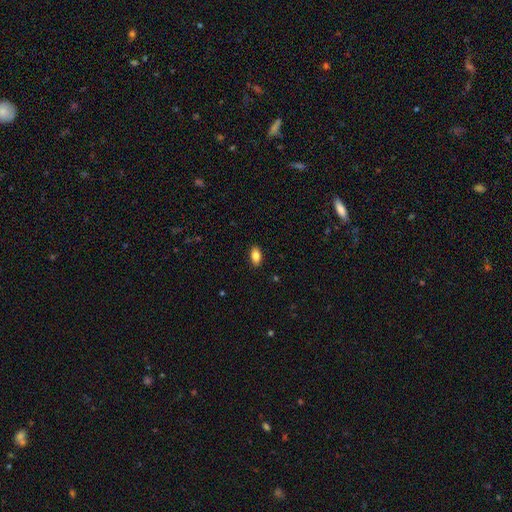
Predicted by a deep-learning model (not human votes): A smooth galaxy with no disk features (85%) that is in between round and cigar-shaped (91%).

Vote fractions:
- Smooth or featured? smooth: 85% / star or artifact: 8% / featured or disk: 7%
- How rounded? in between: 91% / cigar-shaped: 5% / round: 4%
- Merging? none: 89% / minor disturbance: 8% / major disturbance: 2% / merger: 1%